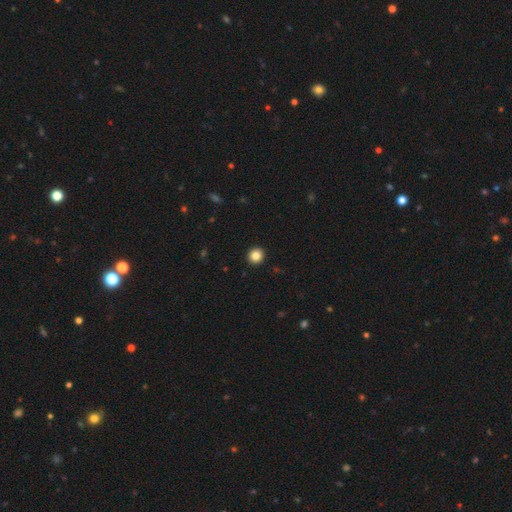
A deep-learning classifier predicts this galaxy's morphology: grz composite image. It shows a smooth galaxy with no disk features (85%) that is round (93%). Merging: none (93%).